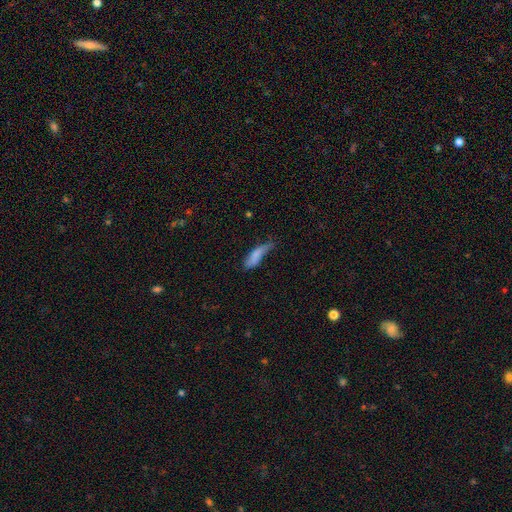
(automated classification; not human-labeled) This appears to be a smooth galaxy with no disk features (77%) that is cigar-shaped (52%). Merging: minor disturbance (41%).